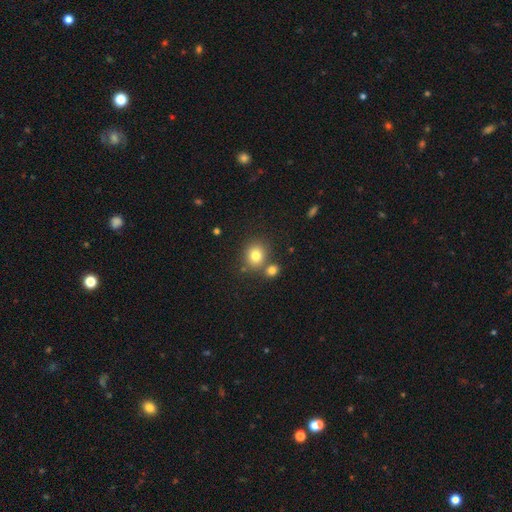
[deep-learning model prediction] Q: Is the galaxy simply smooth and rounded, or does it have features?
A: smooth — 79%.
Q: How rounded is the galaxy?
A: round — 77%.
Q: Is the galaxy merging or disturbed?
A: none — 66%.